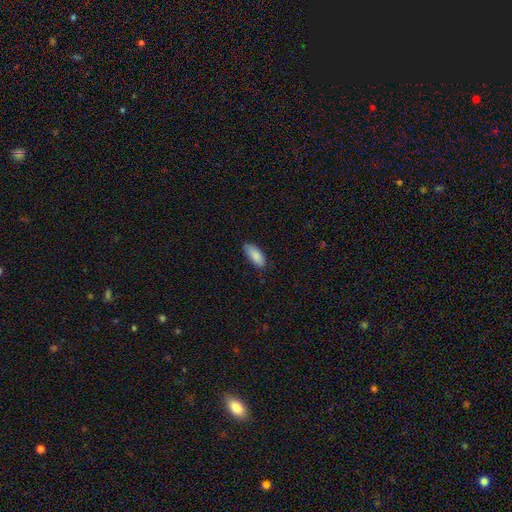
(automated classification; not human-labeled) Overall: smooth (88%). How rounded: in between (83%). Merging: none (77%).